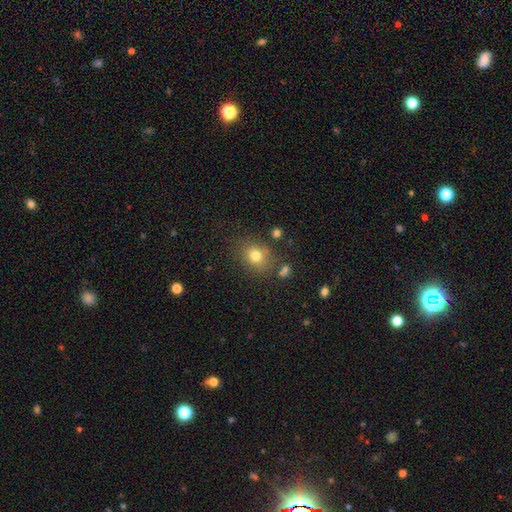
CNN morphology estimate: Smooth or featured?
  - smooth: 77% *
  - star or artifact: 14%
  - featured or disk: 9%
How rounded?
  - round: 58% *
  - in between: 41%
  - cigar-shaped: 1%
Merging?
  - none: 78% *
  - minor disturbance: 13%
  - merger: 5%
  - major disturbance: 4%